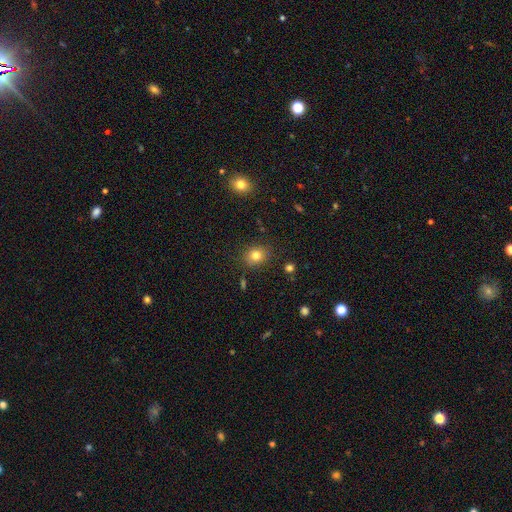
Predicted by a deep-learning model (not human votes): A smooth galaxy with no disk features (80%) that is round (72%).

Vote fractions:
- Smooth or featured? smooth: 80% / star or artifact: 12% / featured or disk: 7%
- How rounded? round: 72% / in between: 27% / cigar-shaped: 1%
- Merging? none: 87% / minor disturbance: 9% / major disturbance: 3% / merger: 2%